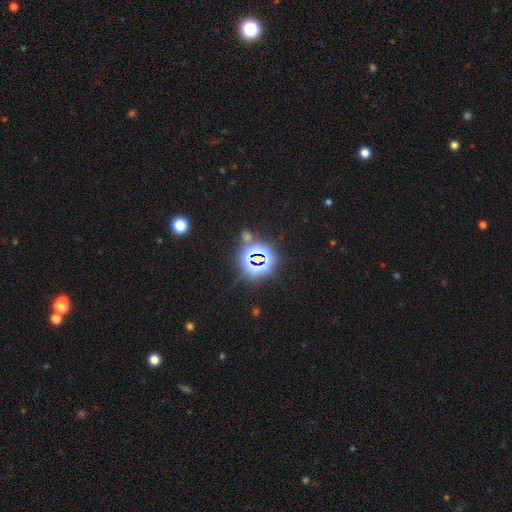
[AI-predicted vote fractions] Q: Smooth or featured?
A: star or artifact (80%); runner-up: smooth (13%)